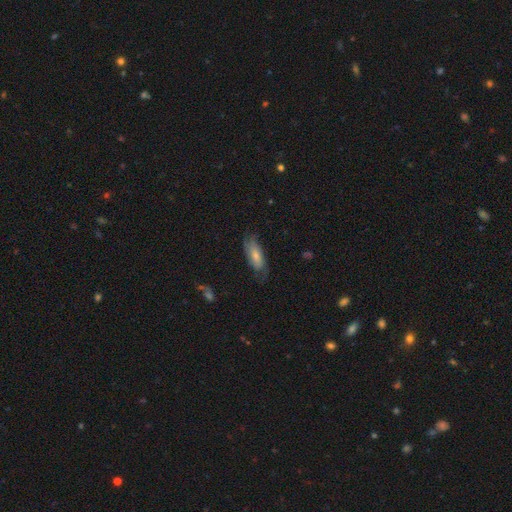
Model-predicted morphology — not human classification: smooth-or-featured: smooth: 61% | featured or disk: 33% | star or artifact: 7%
  how-rounded: in between: 73% | cigar-shaped: 25% | round: 2%
  merging: none: 60% | minor disturbance: 26% | major disturbance: 12% | merger: 2%